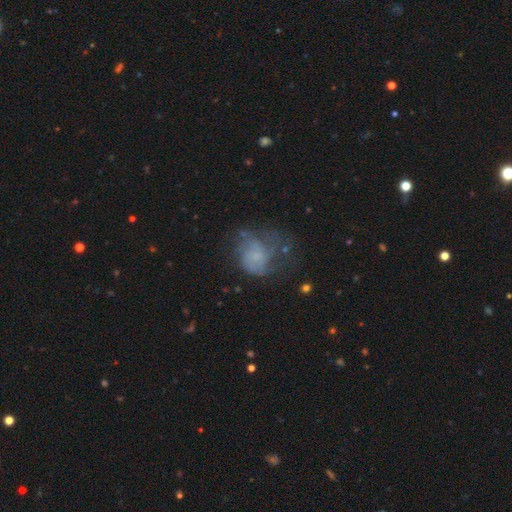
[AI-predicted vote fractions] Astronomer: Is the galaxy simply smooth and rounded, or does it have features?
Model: featured or disk — 47% (runner-up: smooth, 40%).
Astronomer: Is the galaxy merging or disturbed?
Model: major disturbance — 36% (runner-up: none, 35%).